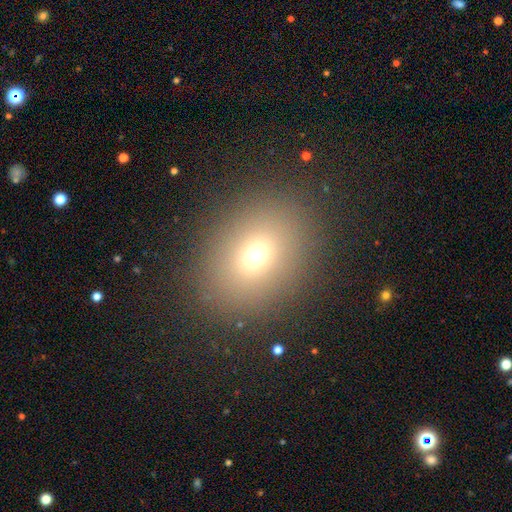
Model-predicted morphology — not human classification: Smooth or featured?
  - smooth: 69% *
  - star or artifact: 20%
  - featured or disk: 12%
How rounded?
  - in between: 50% *
  - round: 48%
  - cigar-shaped: 1%
Merging?
  - none: 87% *
  - minor disturbance: 7%
  - major disturbance: 4%
  - merger: 1%